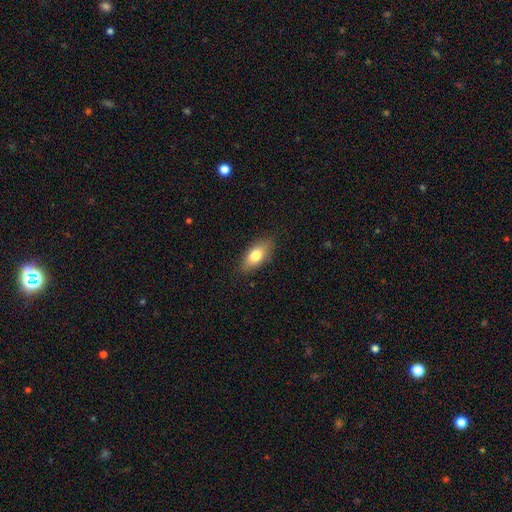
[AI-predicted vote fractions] Smooth or featured? smooth (77%)
How rounded? in between (86%)
Merging? none (84%)